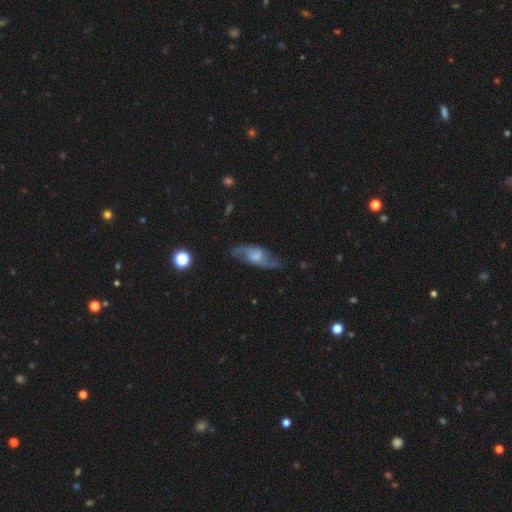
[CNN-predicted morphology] smooth_or_featured: featured or disk (p=0.69) [alt: smooth p=0.24]
disk_edge_on: no (p=0.86) [alt: yes p=0.14]
bar: no (p=0.50) [alt: weak p=0.41]
has_spiral_arms: yes (p=0.88) [alt: no p=0.12]
spiral_winding: loose (p=0.47) [alt: medium p=0.40]
spiral_arm_count: 2 (p=0.83) [alt: can't tell p=0.10]
bulge_size: moderate (p=0.34) [alt: small p=0.27]
merging: none (p=0.67) [alt: minor disturbance p=0.20]